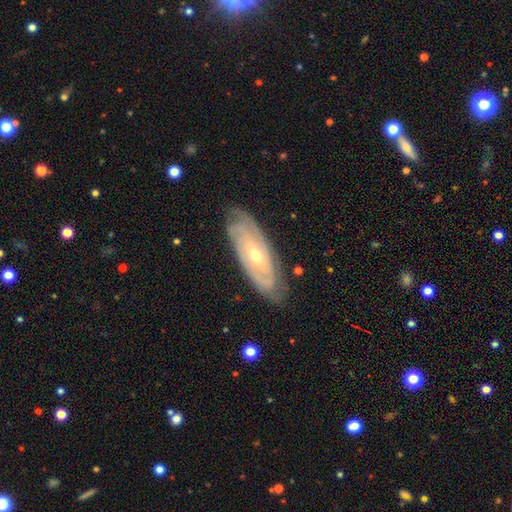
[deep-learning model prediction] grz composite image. It shows a featured or disk galaxy (83%) with no bar (66%), tight (75%) spiral arms (92%) and a small central bulge (55%). Merging: none (79%).